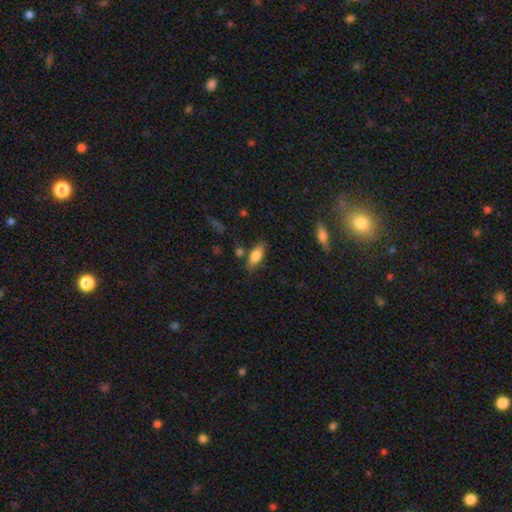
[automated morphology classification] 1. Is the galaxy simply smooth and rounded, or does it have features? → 79% smooth, 14% featured or disk, 7% star or artifact.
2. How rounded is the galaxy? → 80% in between, 17% cigar-shaped, 3% round.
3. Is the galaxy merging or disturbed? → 76% none, 15% minor disturbance, 5% merger, 4% major disturbance.